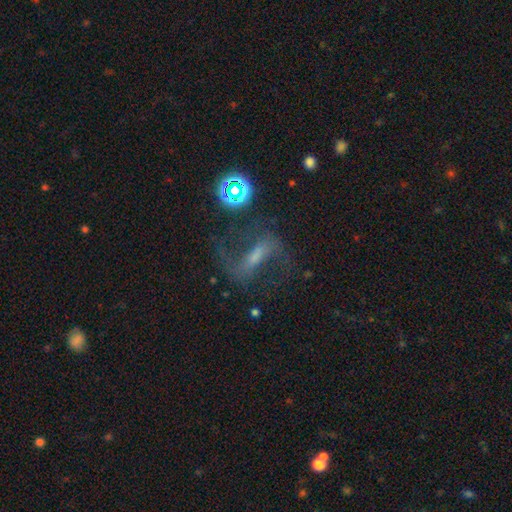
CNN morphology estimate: A featured or disk galaxy (74%) with a strong bar (53%), 2 (91%) loose (66%) spiral arms (91%) and a small central bulge (34%).

Vote fractions:
- Smooth or featured? featured or disk: 74% / star or artifact: 15% / smooth: 12%
- Edge-on disk? no: 92% / yes: 8%
- Bar? strong: 53% / weak: 35% / no: 13%
- Spiral arms? yes: 91% / no: 9%
- Spiral winding? loose: 66% / medium: 28% / tight: 6%
- Spiral arm count? 2: 91% / can't tell: 3% / 1: 2% / 3: 1% / 4: 1% / more than 4: 1%
- Bulge size? small: 34% / moderate: 29% / none: 28% / large: 7% / dominant: 2%
- Merging? none: 67% / major disturbance: 15% / minor disturbance: 14% / merger: 4%